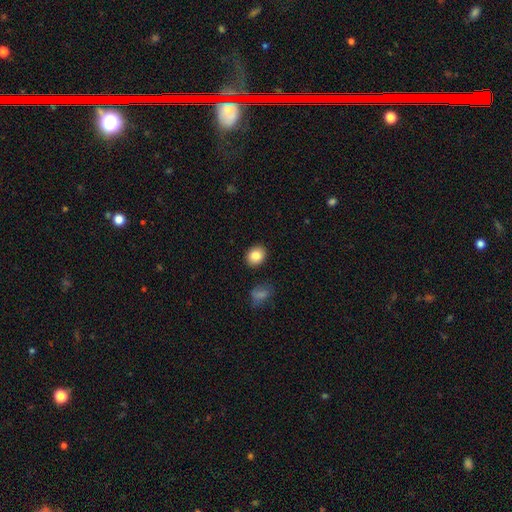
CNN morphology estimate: Smooth or featured: smooth — 85% (star or artifact — 8%)
How rounded: round — 52% (in between — 47%)
Merging: none — 87% (minor disturbance — 8%)